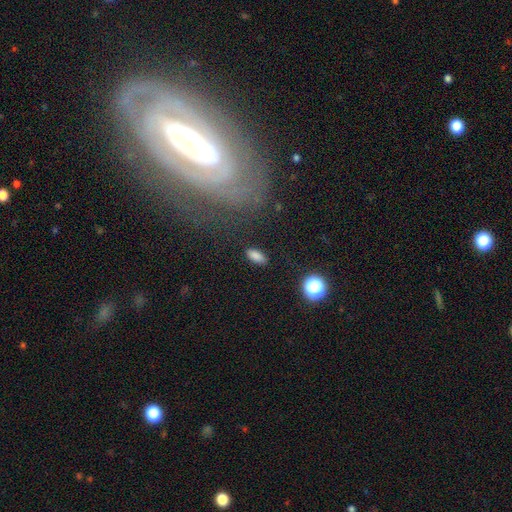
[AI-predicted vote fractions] This appears to be a smooth galaxy with no disk features (84%) that is in between round and cigar-shaped (86%). Merging: none (86%).